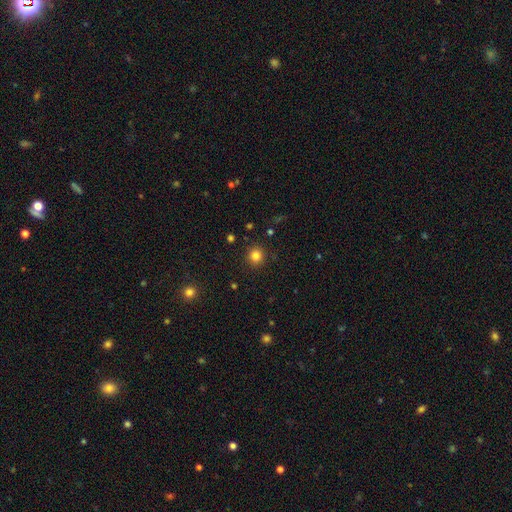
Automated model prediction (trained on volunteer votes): This is clearly a smooth galaxy (81%). How rounded: clearly round (93%). Merging: clearly none (91%).